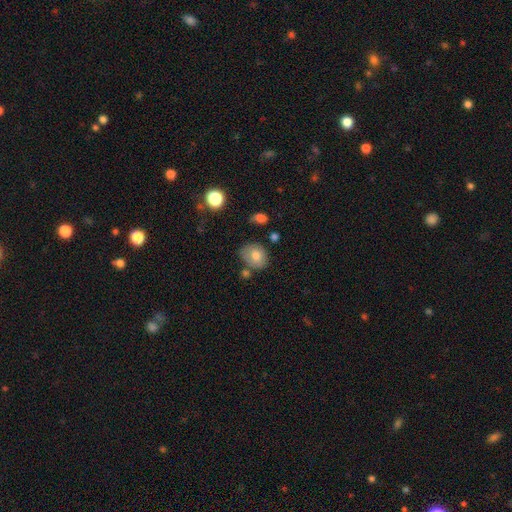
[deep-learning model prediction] Smooth or featured? Predicted: smooth (p=0.74). How rounded? Predicted: round (p=0.52). Merging? Predicted: none (p=0.63).